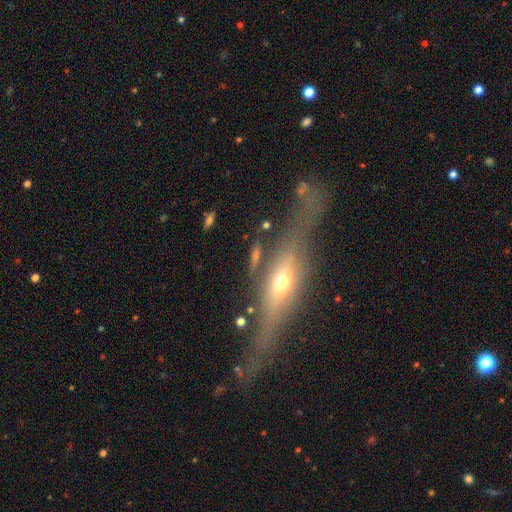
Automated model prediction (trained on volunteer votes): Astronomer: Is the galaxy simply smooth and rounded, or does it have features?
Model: featured or disk — 57%.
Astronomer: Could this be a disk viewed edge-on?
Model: yes — 79%.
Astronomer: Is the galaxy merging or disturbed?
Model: none — 60%.